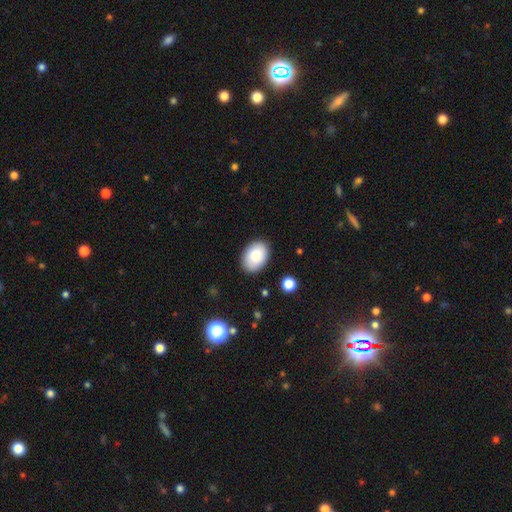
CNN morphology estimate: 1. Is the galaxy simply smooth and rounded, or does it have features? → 86% smooth, 7% featured or disk, 7% star or artifact.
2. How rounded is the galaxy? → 86% in between, 13% round, 1% cigar-shaped.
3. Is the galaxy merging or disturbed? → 87% none, 10% minor disturbance, 2% major disturbance, 1% merger.